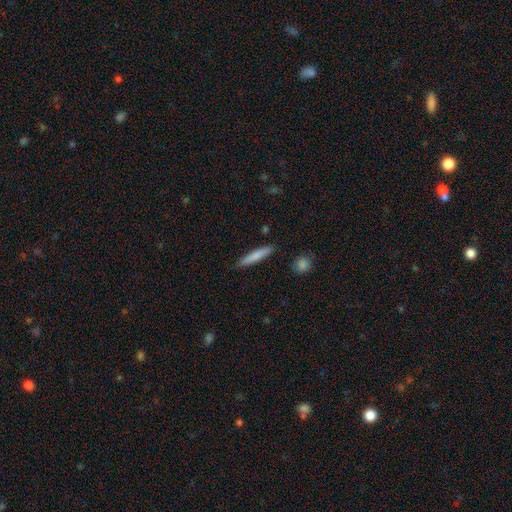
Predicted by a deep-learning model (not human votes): smooth_or_featured: smooth (p=0.78) [alt: featured or disk p=0.16]
how_rounded: cigar-shaped (p=0.91) [alt: in between p=0.08]
merging: none (p=0.88) [alt: minor disturbance p=0.09]